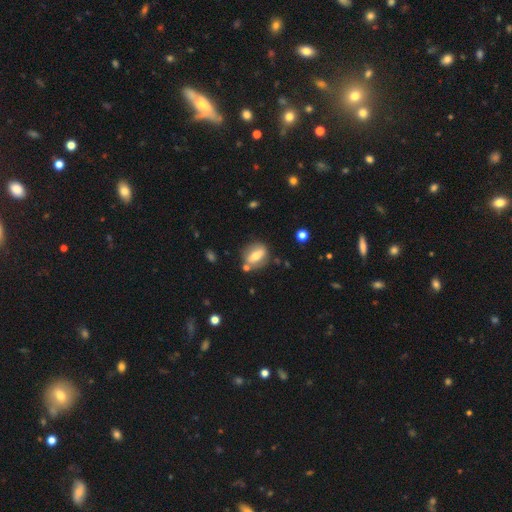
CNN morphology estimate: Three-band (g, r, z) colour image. It shows a smooth galaxy with no disk features (50%) that is in between round and cigar-shaped (61%). Merging: none (71%).